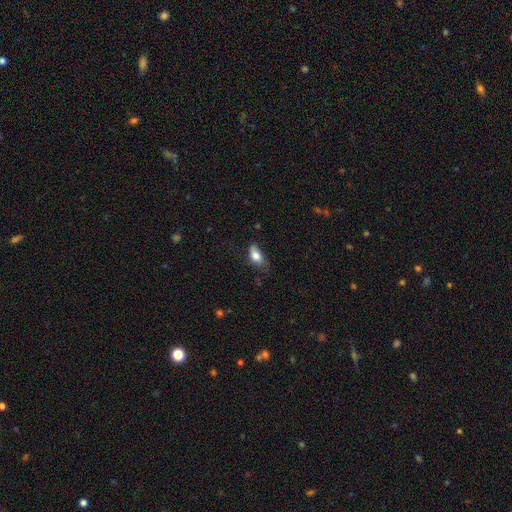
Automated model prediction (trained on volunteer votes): Q: Smooth or featured?
A: smooth (77%); runner-up: featured or disk (16%)
Q: How rounded?
A: in between (86%); runner-up: round (7%)
Q: Merging?
A: none (46%); runner-up: minor disturbance (36%)